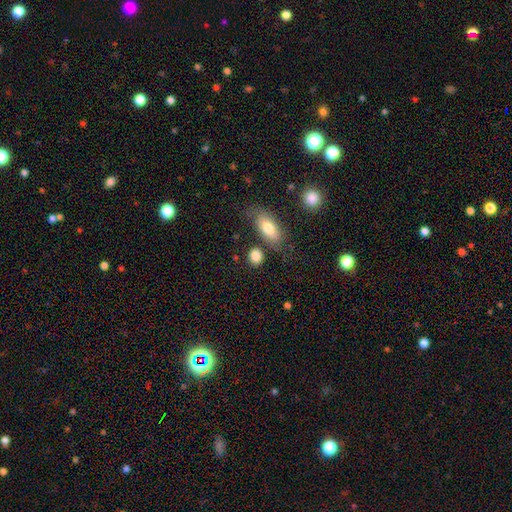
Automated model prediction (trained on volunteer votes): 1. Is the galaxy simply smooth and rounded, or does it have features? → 85% smooth, 8% star or artifact, 7% featured or disk.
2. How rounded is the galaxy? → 59% round, 38% in between, 3% cigar-shaped.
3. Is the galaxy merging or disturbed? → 73% none, 12% minor disturbance, 10% merger, 5% major disturbance.